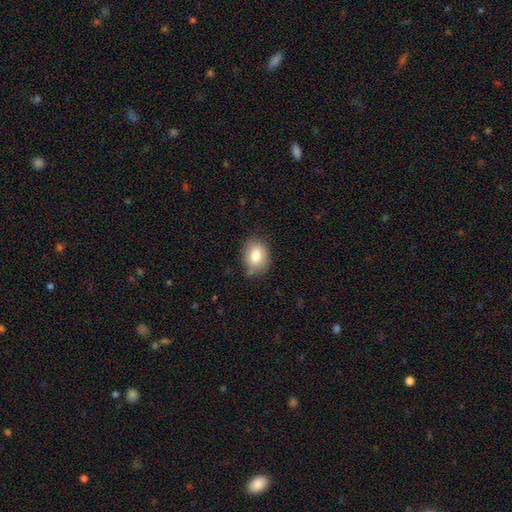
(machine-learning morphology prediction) This appears to be a smooth galaxy with no disk features (80%) that is in between round and cigar-shaped (50%). Merging: none (68%).